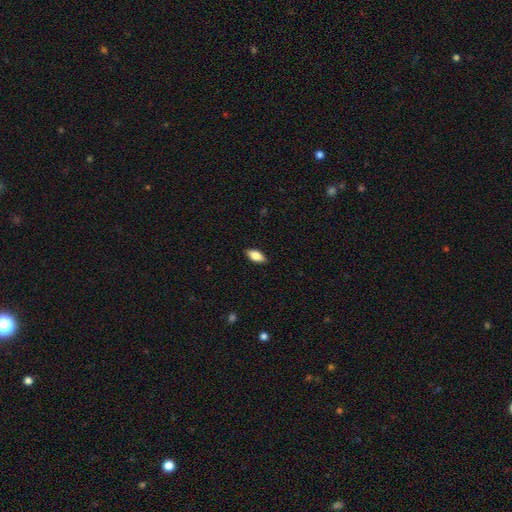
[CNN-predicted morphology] This appears to be a smooth galaxy with no disk features (78%) that is in between round and cigar-shaped (87%). Merging: none (88%).